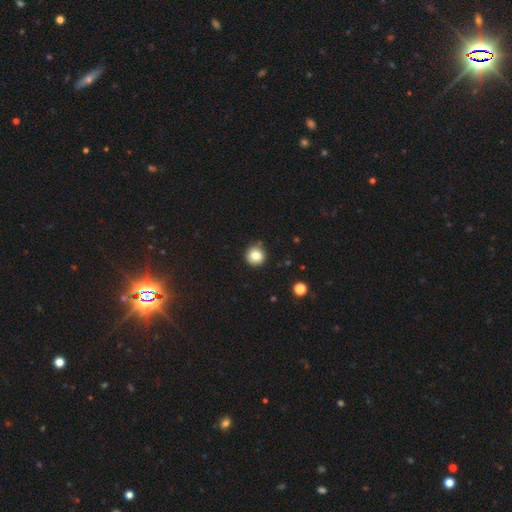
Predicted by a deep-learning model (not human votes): smooth 82%, star or artifact 11%, featured or disk 7%. Down the decision tree: how rounded — round (95%); merging — none (86%).